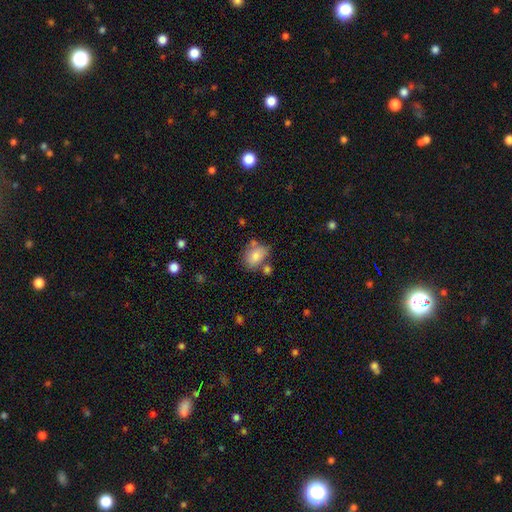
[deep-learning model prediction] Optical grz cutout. It shows a smooth galaxy with no disk features (79%) that is in between round and cigar-shaped (71%). Merging: none (58%).